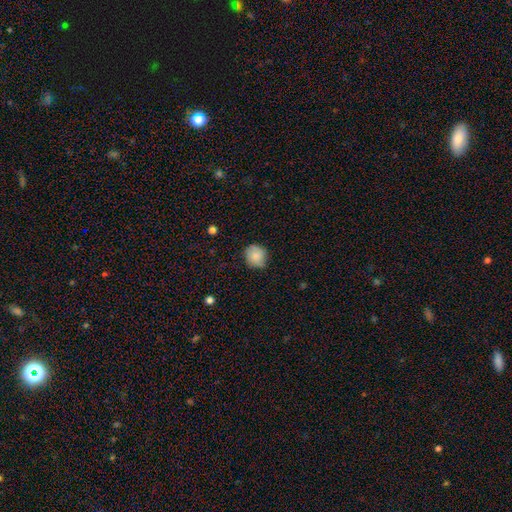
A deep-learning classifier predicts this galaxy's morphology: Smooth or featured? Predicted: smooth (p=0.82). How rounded? Predicted: round (p=0.81). Merging? Predicted: none (p=0.77).